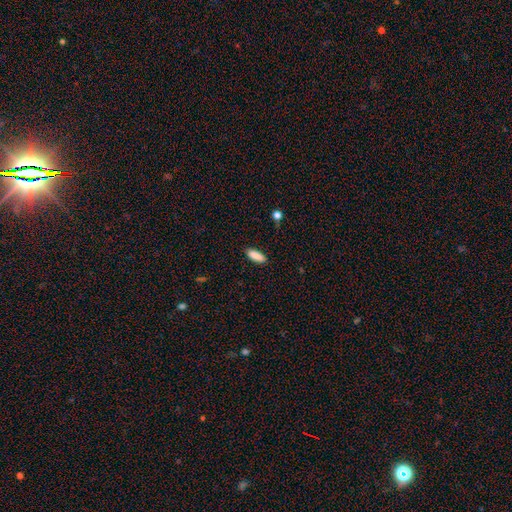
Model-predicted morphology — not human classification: type=smooth (89%); roundness=in between (61%); merging=none (87%).